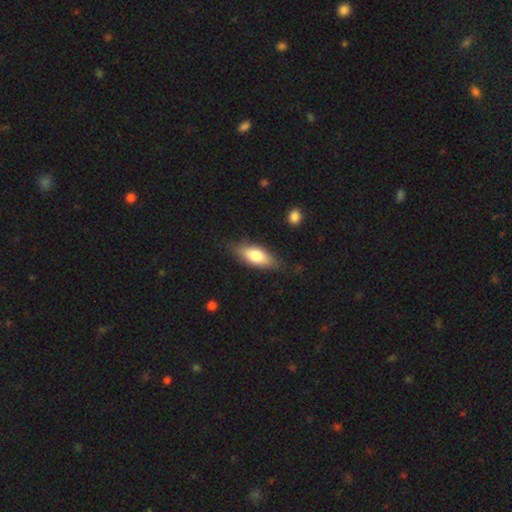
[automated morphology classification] Smooth or featured?
  - smooth: 72% *
  - featured or disk: 22%
  - star or artifact: 6%
How rounded?
  - in between: 75% *
  - cigar-shaped: 23%
  - round: 3%
Merging?
  - none: 80% *
  - minor disturbance: 15%
  - major disturbance: 3%
  - merger: 2%